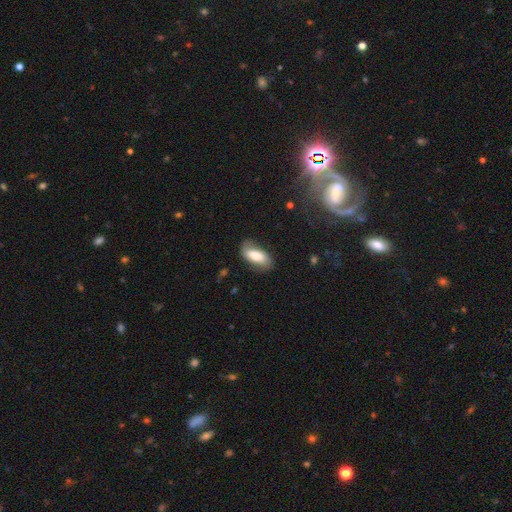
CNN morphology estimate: smooth-or-featured: smooth: 69% | featured or disk: 25% | star or artifact: 7%
  how-rounded: in between: 88% | cigar-shaped: 9% | round: 3%
  merging: none: 72% | minor disturbance: 20% | major disturbance: 6% | merger: 2%